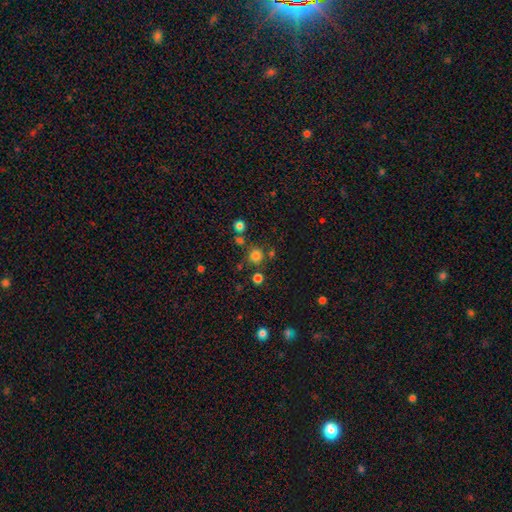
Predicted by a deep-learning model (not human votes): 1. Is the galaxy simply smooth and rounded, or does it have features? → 76% smooth, 18% star or artifact, 6% featured or disk.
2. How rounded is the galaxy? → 92% round, 7% in between, 1% cigar-shaped.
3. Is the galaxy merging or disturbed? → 79% none, 9% merger, 9% minor disturbance, 3% major disturbance.